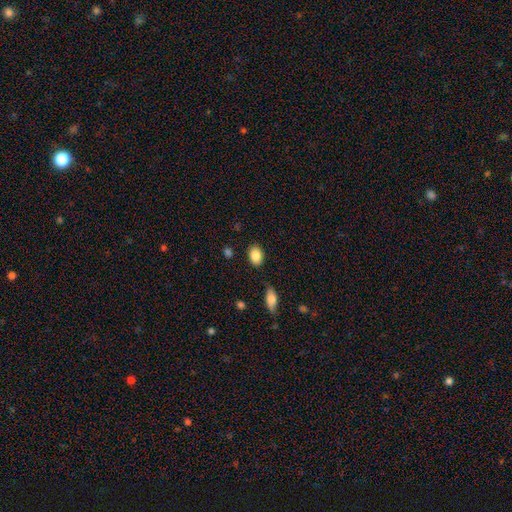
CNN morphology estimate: A smooth galaxy with no disk features (86%) that is in between round and cigar-shaped (80%).

Vote fractions:
- Smooth or featured? smooth: 86% / star or artifact: 7% / featured or disk: 6%
- How rounded? in between: 80% / round: 19% / cigar-shaped: 1%
- Merging? none: 84% / minor disturbance: 11% / merger: 3% / major disturbance: 3%